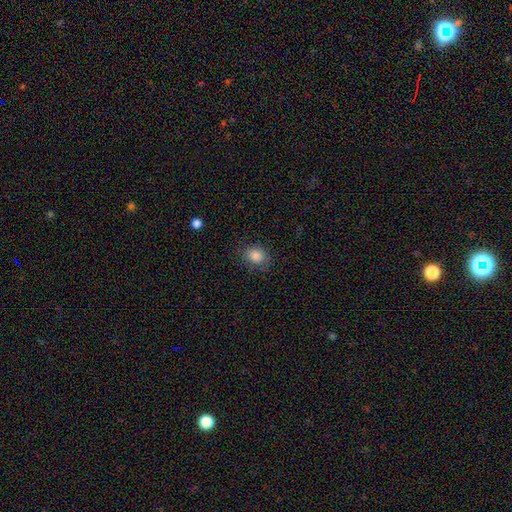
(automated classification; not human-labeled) Smooth or featured: smooth — 85% (star or artifact — 10%)
How rounded: in between — 50% (round — 49%)
Merging: none — 79% (minor disturbance — 15%)